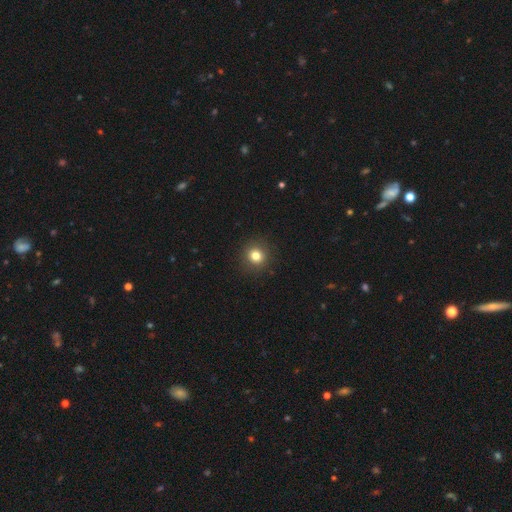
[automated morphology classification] Smooth or featured?
  - smooth: 80% *
  - star or artifact: 13%
  - featured or disk: 7%
How rounded?
  - round: 91% *
  - in between: 8%
  - cigar-shaped: 1%
Merging?
  - none: 91% *
  - minor disturbance: 5%
  - major disturbance: 2%
  - merger: 1%